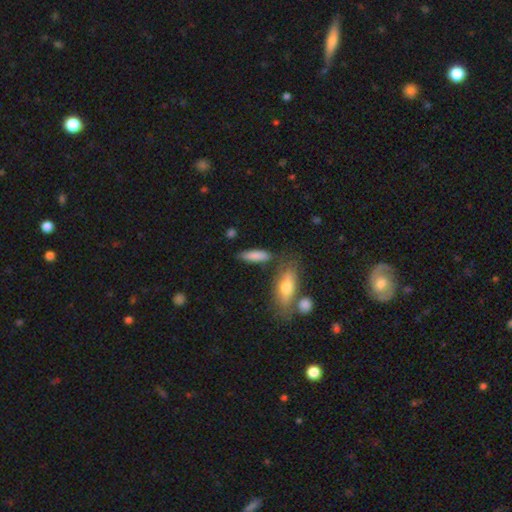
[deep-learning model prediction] Overall: smooth (81%). How rounded: cigar-shaped (55%; in between 42%). Merging: none (71%).